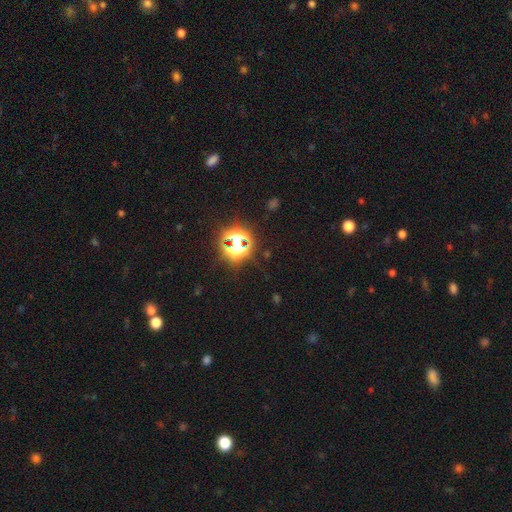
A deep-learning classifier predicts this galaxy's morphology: The model was most divided on "smooth or featured": star or artifact: 78%, smooth: 16%, featured or disk: 6%.